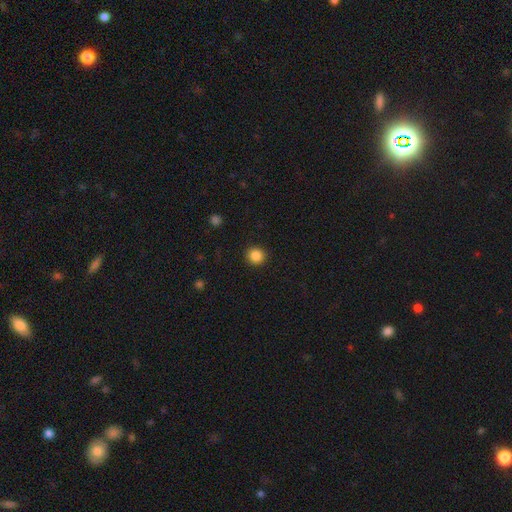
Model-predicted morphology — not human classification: smooth 86%, star or artifact 10%, featured or disk 4%. Down the decision tree: how rounded — round (93%); merging — none (92%).